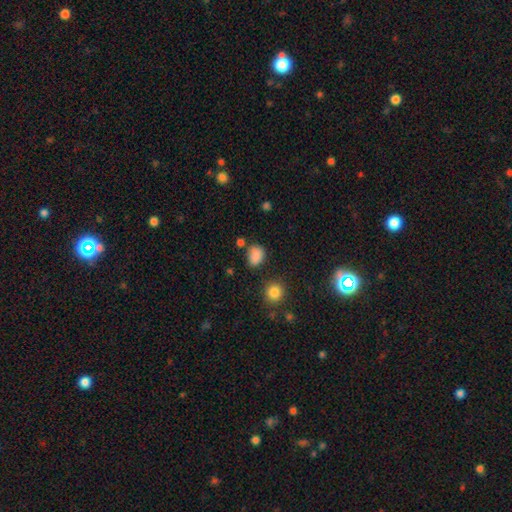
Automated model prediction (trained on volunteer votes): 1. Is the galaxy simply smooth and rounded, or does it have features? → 84% smooth, 12% star or artifact, 4% featured or disk.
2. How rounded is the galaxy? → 65% in between, 34% round, 1% cigar-shaped.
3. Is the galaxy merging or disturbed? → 70% none, 18% minor disturbance, 7% merger, 5% major disturbance.